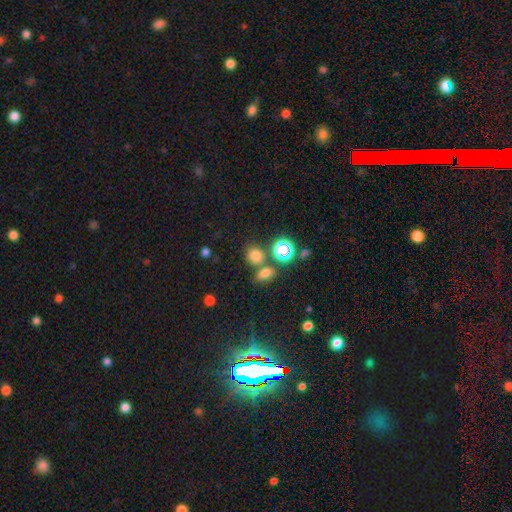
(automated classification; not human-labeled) This appears to be a smooth galaxy with no disk features (72%) that is round (75%). Merging: none (67%).